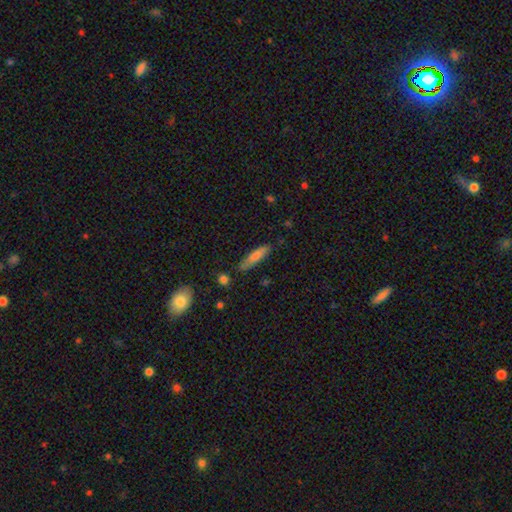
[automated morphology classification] This is likely a smooth galaxy (66%). How rounded: clearly cigar-shaped (83%). Merging: clearly none (82%).